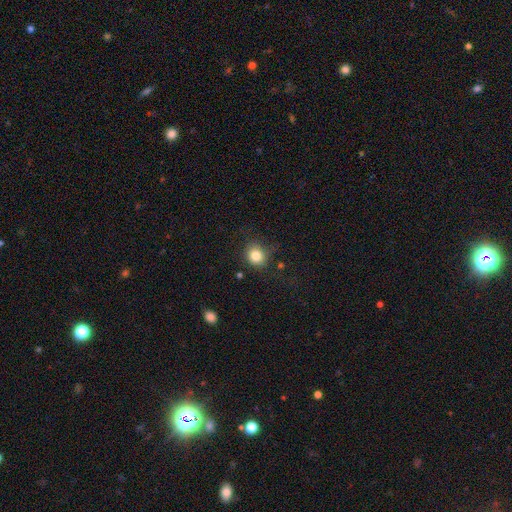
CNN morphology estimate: A smooth galaxy with no disk features (82%) that is round (81%). Merging: none (76%).